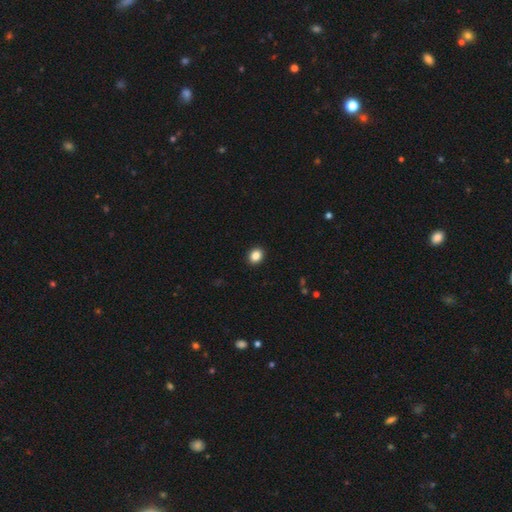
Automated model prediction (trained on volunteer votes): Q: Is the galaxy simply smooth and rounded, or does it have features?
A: smooth — 86%.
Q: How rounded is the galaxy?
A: round — 54%.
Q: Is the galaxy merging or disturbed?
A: none — 92%.